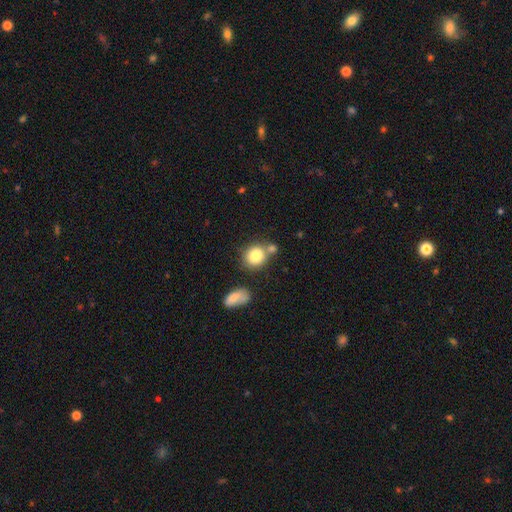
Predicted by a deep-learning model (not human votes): Smooth or featured? Predicted: smooth (p=0.83). How rounded? Predicted: round (p=0.74). Merging? Predicted: none (p=0.59).